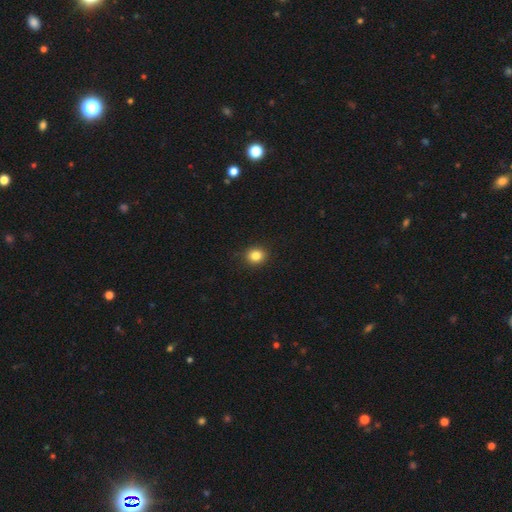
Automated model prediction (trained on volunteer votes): Overall: smooth (84%). How rounded: round (74%). Merging: none (90%).